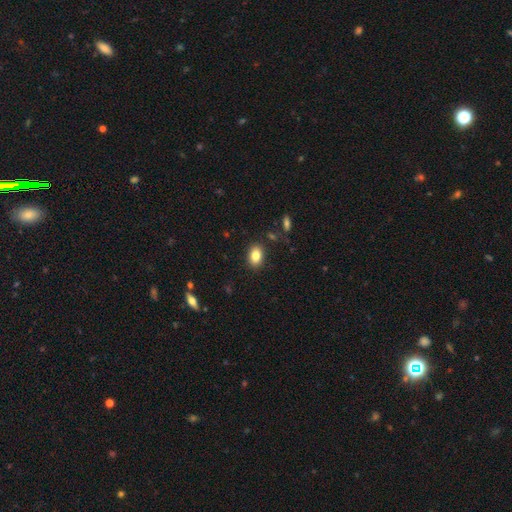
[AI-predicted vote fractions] Smooth or featured: smooth — 84% (star or artifact — 9%)
How rounded: in between — 80% (round — 18%)
Merging: none — 87% (minor disturbance — 9%)